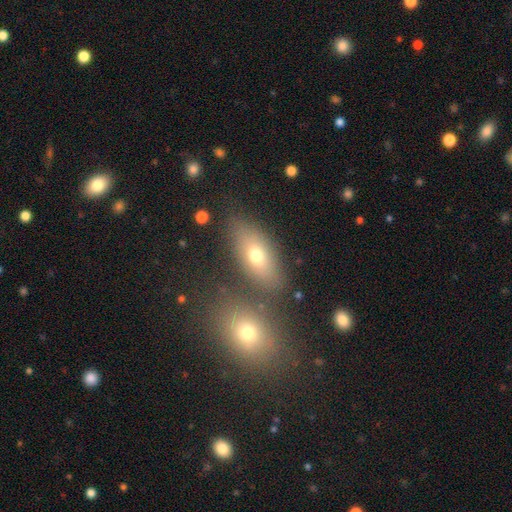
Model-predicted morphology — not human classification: A smooth galaxy with no disk features (68%) that is in between round and cigar-shaped (83%). Merging: none (71%).